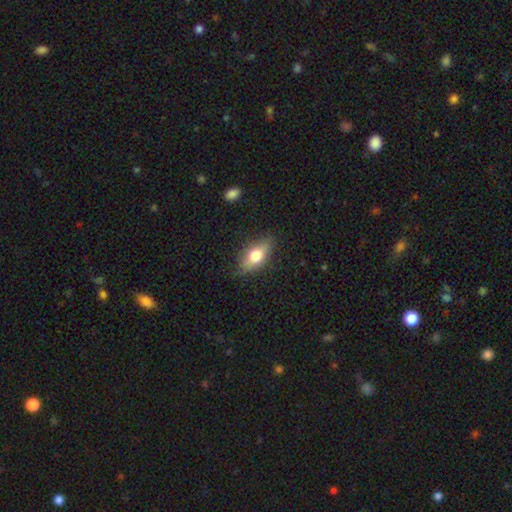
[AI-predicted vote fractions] Smooth or featured: smooth — 62% (featured or disk — 30%)
How rounded: in between — 78% (cigar-shaped — 14%)
Merging: none — 78% (minor disturbance — 17%)